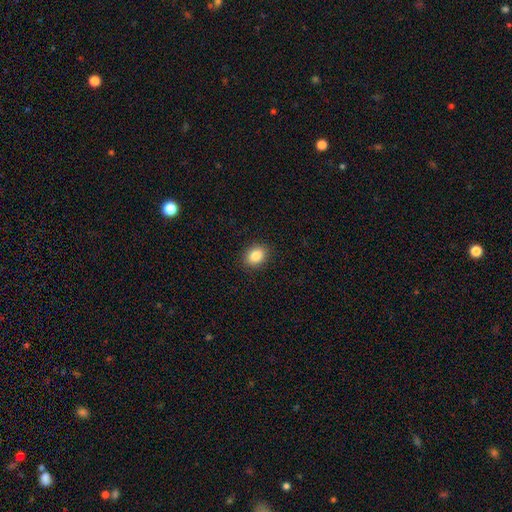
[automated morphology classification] Q: Smooth or featured?
A: smooth (87%); runner-up: star or artifact (9%)
Q: How rounded?
A: in between (64%); runner-up: round (35%)
Q: Merging?
A: none (89%); runner-up: minor disturbance (8%)